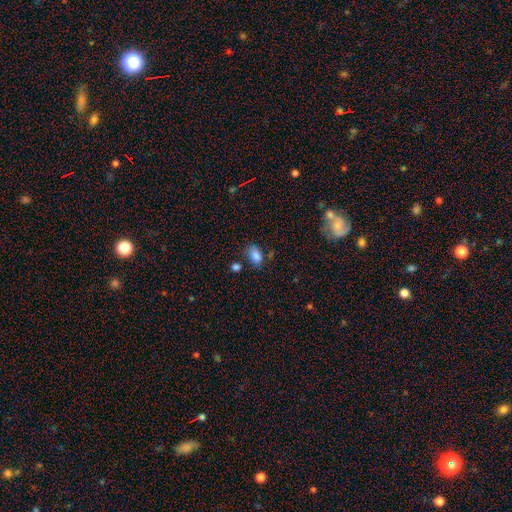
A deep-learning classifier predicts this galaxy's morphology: smooth 84%, star or artifact 10%, featured or disk 6%. Down the decision tree: how rounded — in between (85%); merging — none (68%).